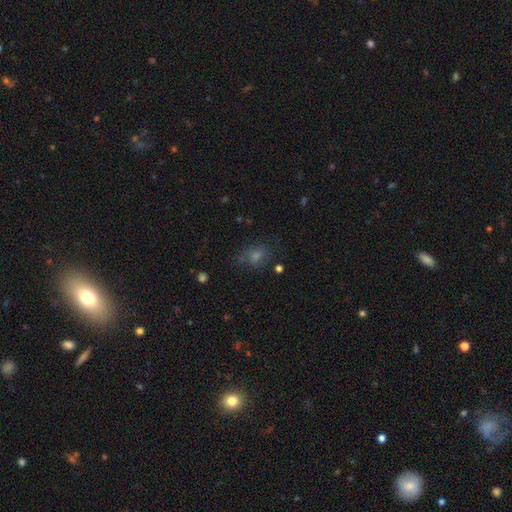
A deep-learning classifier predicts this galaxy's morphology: Smooth or featured? Predicted: smooth (p=0.45). Merging? Predicted: none (p=0.70).